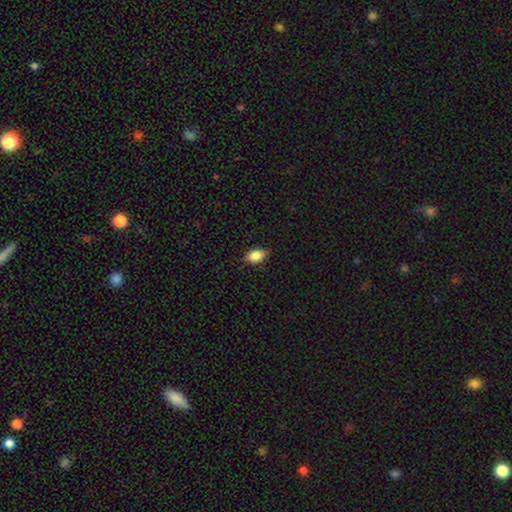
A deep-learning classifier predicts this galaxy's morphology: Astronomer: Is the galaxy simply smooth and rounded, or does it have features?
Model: smooth — 84%.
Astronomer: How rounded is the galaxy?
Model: in between — 86%.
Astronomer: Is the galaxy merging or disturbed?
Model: none — 83%.